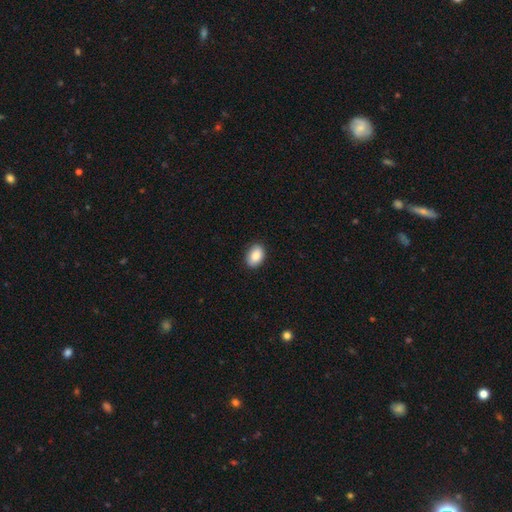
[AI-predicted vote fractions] Smooth or featured? smooth (88%)
How rounded? in between (84%)
Merging? none (89%)